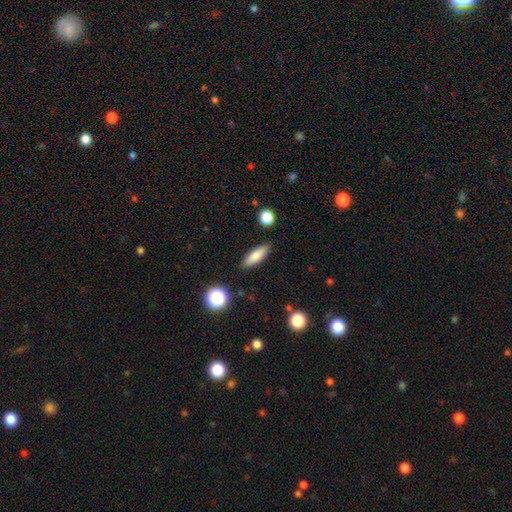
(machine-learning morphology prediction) A smooth galaxy with no disk features (78%) that is in between round and cigar-shaped (49%). Merging: none (87%).